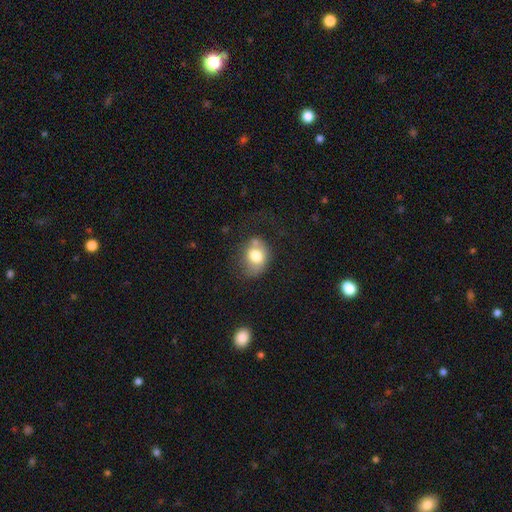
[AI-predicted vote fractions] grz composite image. It shows a smooth galaxy with no disk features (73%) that is in between round and cigar-shaped (51%). Merging: none (46%).